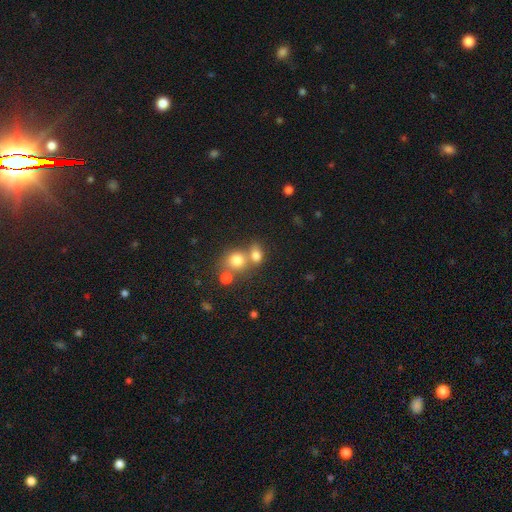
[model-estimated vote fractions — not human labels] Morphology: type=smooth (77%); roundness=in between (50%); merging=merger (44%).